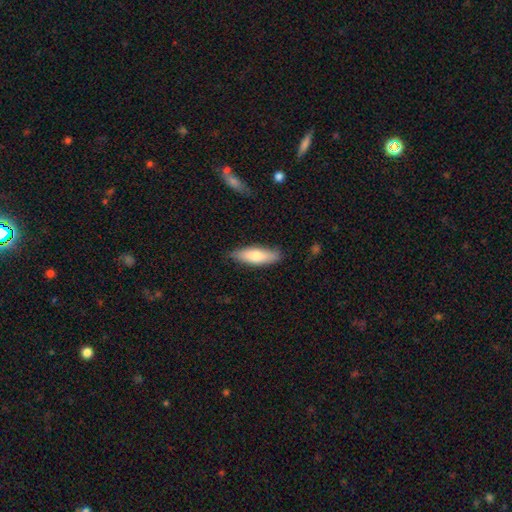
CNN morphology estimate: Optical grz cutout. It shows a smooth galaxy with no disk features (74%) that is in between round and cigar-shaped (51%). Merging: none (82%).